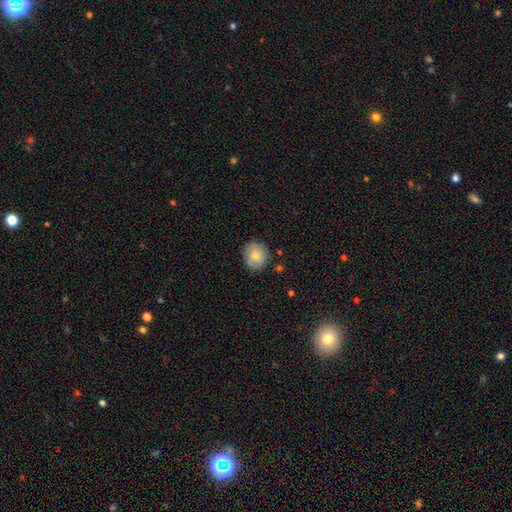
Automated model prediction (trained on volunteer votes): A smooth galaxy with no disk features (78%) that is round (80%).

Vote fractions:
- Smooth or featured? smooth: 78% / featured or disk: 15% / star or artifact: 7%
- How rounded? round: 80% / in between: 19% / cigar-shaped: 1%
- Merging? none: 79% / minor disturbance: 16% / major disturbance: 3% / merger: 2%